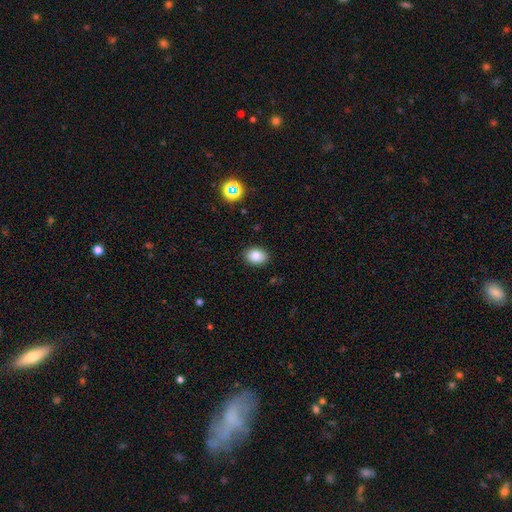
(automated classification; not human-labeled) Overall: smooth (85%). How rounded: in between (70%). Merging: none (88%).